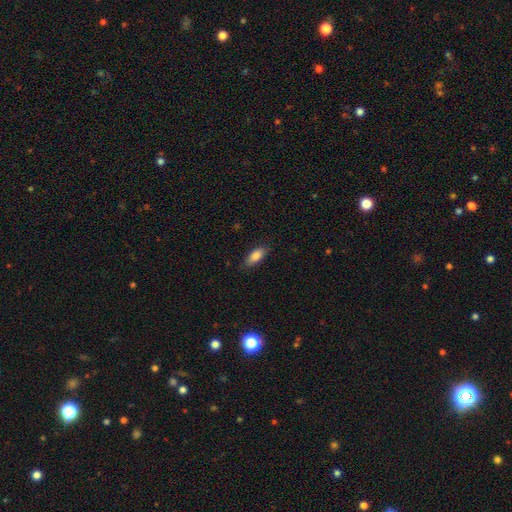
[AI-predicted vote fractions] Smooth or featured?
  - smooth: 83% *
  - featured or disk: 10%
  - star or artifact: 7%
How rounded?
  - in between: 81% *
  - cigar-shaped: 16%
  - round: 2%
Merging?
  - none: 83% *
  - minor disturbance: 13%
  - major disturbance: 3%
  - merger: 1%